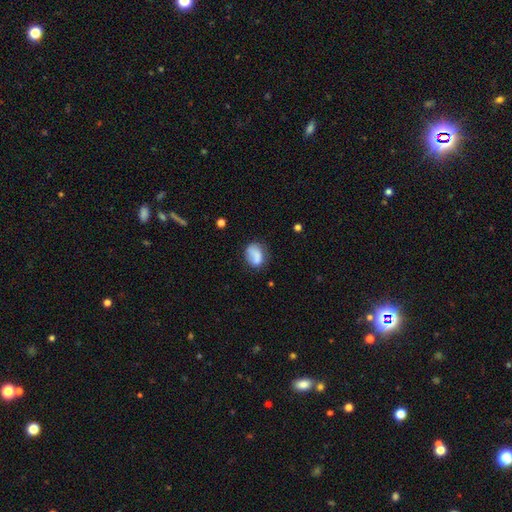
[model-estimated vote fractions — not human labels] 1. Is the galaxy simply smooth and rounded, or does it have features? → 77% smooth, 15% featured or disk, 9% star or artifact.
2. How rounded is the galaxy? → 65% in between, 33% round, 1% cigar-shaped.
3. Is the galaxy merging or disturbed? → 53% none, 28% minor disturbance, 12% major disturbance, 7% merger.